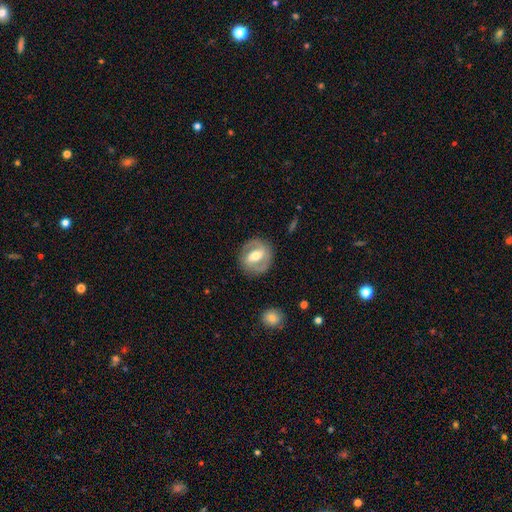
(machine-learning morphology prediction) A featured or disk galaxy (70%) with a strong bar (47%), spiral arms (72%) and a moderate central bulge (69%). Merging: none (84%).